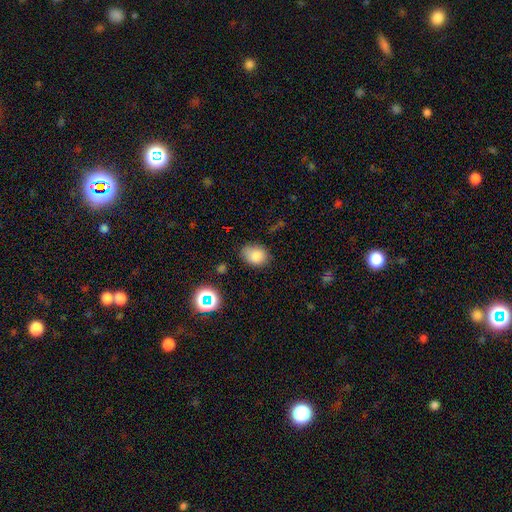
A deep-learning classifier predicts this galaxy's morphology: smooth 83%, star or artifact 11%, featured or disk 6%. Down the decision tree: how rounded — in between (71%); merging — none (72%).